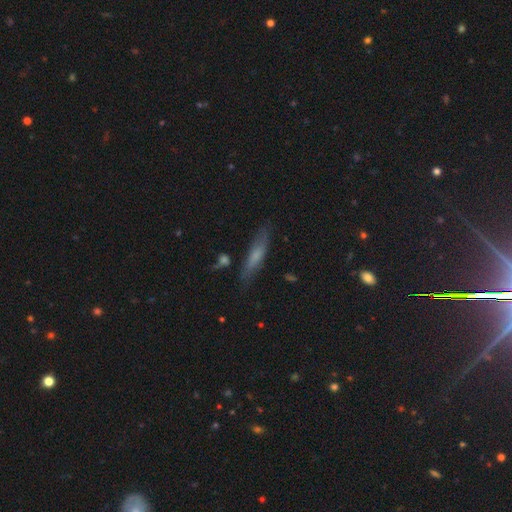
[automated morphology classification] Overall: smooth (57%; featured or disk 34%). How rounded: cigar-shaped (80%). Merging: none (76%).